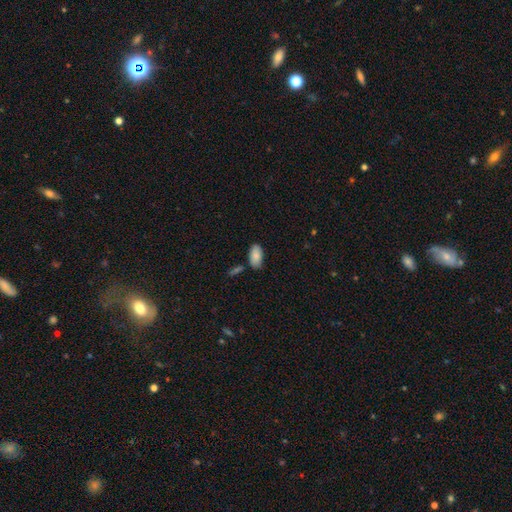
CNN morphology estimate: smooth 86%, featured or disk 8%, star or artifact 6%. Down the decision tree: how rounded — in between (95%); merging — none (77%).